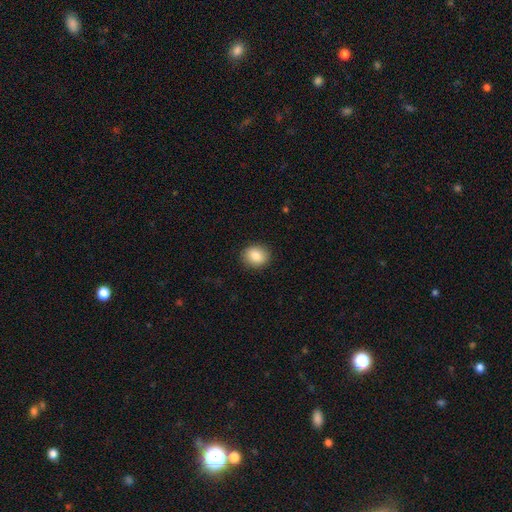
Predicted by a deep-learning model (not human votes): Smooth or featured?
  - smooth: 84% *
  - star or artifact: 8%
  - featured or disk: 7%
How rounded?
  - round: 68% *
  - in between: 31%
  - cigar-shaped: 1%
Merging?
  - none: 90% *
  - minor disturbance: 7%
  - major disturbance: 2%
  - merger: 1%